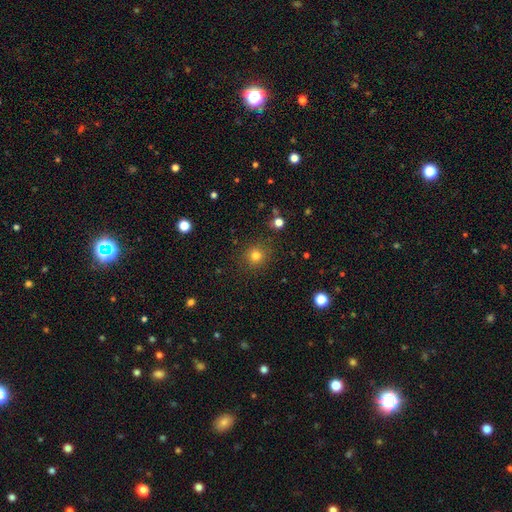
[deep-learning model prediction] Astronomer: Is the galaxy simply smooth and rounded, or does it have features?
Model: smooth — 79%.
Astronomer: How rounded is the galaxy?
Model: round — 91%.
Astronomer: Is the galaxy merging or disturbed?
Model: none — 88%.